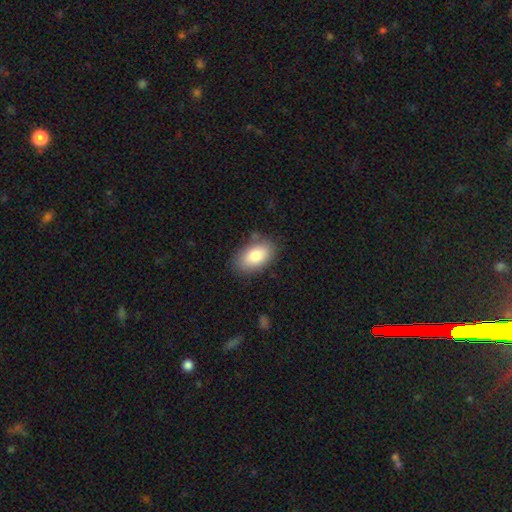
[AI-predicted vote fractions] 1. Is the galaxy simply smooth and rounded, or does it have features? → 85% smooth, 9% featured or disk, 7% star or artifact.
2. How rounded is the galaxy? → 93% in between, 5% round, 2% cigar-shaped.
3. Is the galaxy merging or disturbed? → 81% none, 14% minor disturbance, 3% major disturbance, 2% merger.